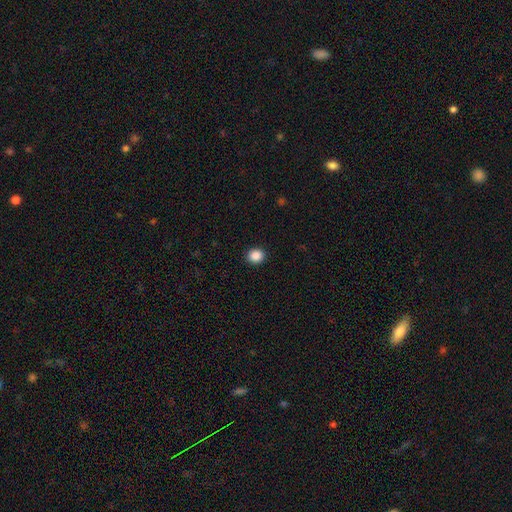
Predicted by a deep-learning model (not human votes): Morphology: type=smooth (88%); roundness=round (75%); merging=none (92%).